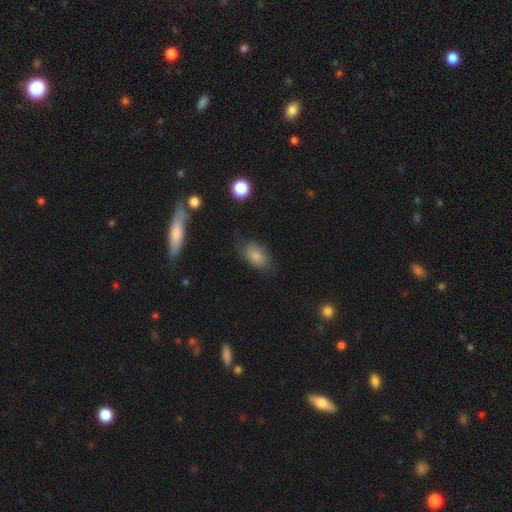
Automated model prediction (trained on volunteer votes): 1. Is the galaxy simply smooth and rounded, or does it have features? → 80% smooth, 11% featured or disk, 8% star or artifact.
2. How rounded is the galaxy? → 89% in between, 8% round, 2% cigar-shaped.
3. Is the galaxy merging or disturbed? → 64% none, 25% minor disturbance, 9% major disturbance, 2% merger.